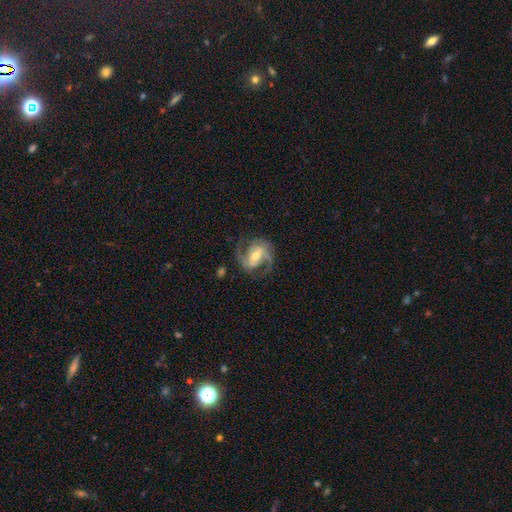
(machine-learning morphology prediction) type=featured or disk (87%); edge-on=no (97%); bar=weak (42%); spiral arms=yes (96%); winding=medium (55%); arm count=2 (88%); bulge=moderate (65%); merging=none (74%).